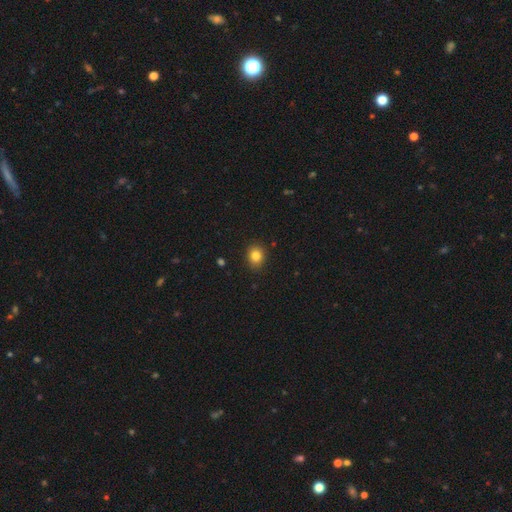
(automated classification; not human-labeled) smooth_or_featured: smooth (p=0.83) [alt: star or artifact p=0.11]
how_rounded: round (p=0.57) [alt: in between p=0.42]
merging: none (p=0.86) [alt: minor disturbance p=0.10]